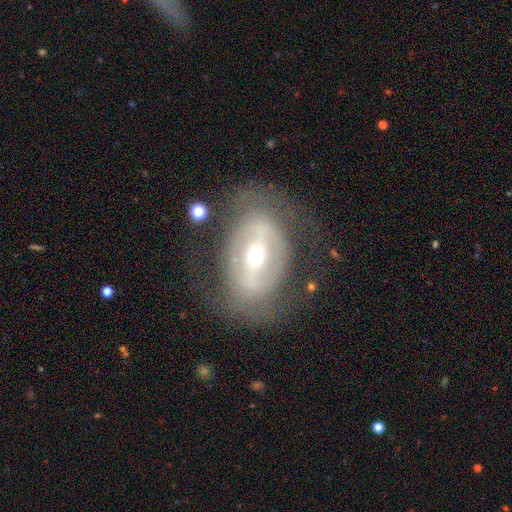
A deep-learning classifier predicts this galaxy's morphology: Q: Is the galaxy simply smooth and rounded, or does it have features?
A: featured or disk — 72%.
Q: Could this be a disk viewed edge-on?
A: no — 91%.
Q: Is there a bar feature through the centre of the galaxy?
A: strong — 49%.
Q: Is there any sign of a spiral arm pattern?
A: no — 58%.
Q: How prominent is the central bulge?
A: moderate — 63%.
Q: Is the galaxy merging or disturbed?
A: none — 67%.